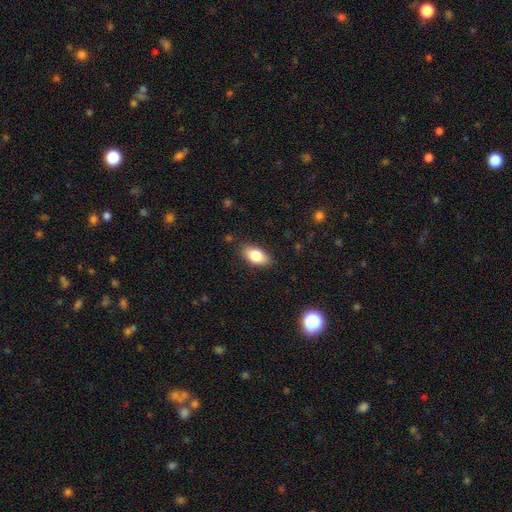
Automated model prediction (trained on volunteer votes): Smooth or featured? smooth (80%)
How rounded? in between (90%)
Merging? none (85%)